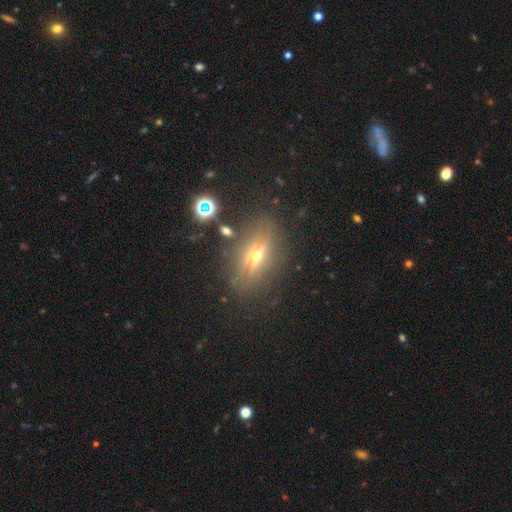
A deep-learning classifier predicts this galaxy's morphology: type=featured or disk (64%); edge-on=yes (80%); edge-on bulge=rounded (93%); merging=none (79%).